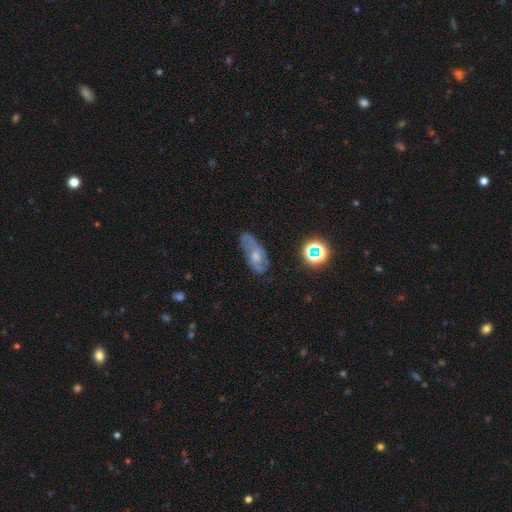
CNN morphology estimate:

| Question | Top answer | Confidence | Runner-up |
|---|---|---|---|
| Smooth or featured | featured or disk | 58% | smooth (30%) |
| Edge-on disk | no | 90% | yes (10%) |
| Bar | no | 74% | weak (23%) |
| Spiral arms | yes | 77% | no (23%) |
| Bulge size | moderate | 50% | small (33%) |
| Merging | none | 58% | minor disturbance (27%) |